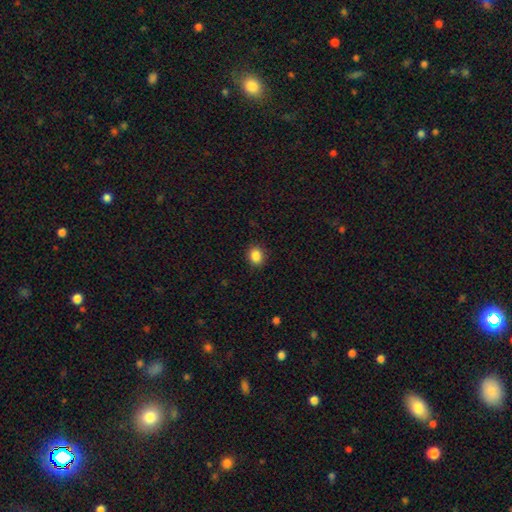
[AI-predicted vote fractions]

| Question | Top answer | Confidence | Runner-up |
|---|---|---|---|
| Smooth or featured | smooth | 87% | star or artifact (10%) |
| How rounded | round | 59% | in between (40%) |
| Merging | none | 89% | minor disturbance (8%) |